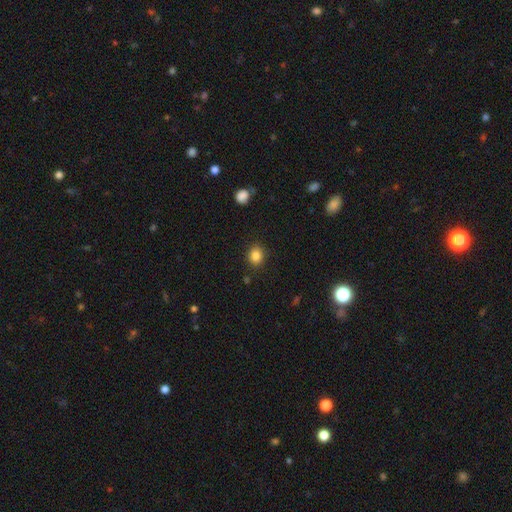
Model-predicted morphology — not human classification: smooth 85%, star or artifact 11%, featured or disk 5%. Down the decision tree: how rounded — round (72%); merging — none (87%).